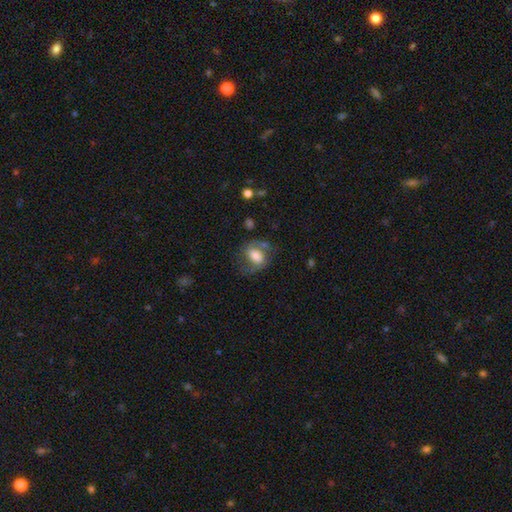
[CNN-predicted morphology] Smooth or featured: smooth — 48% (featured or disk — 44%)
Merging: none — 53% (minor disturbance — 23%)